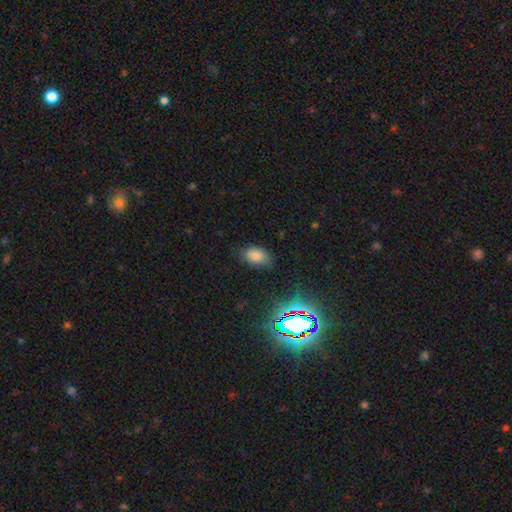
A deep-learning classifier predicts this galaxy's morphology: smooth-or-featured: smooth: 78% | star or artifact: 15% | featured or disk: 7%
  how-rounded: in between: 88% | round: 11% | cigar-shaped: 1%
  merging: none: 77% | minor disturbance: 18% | major disturbance: 4% | merger: 1%